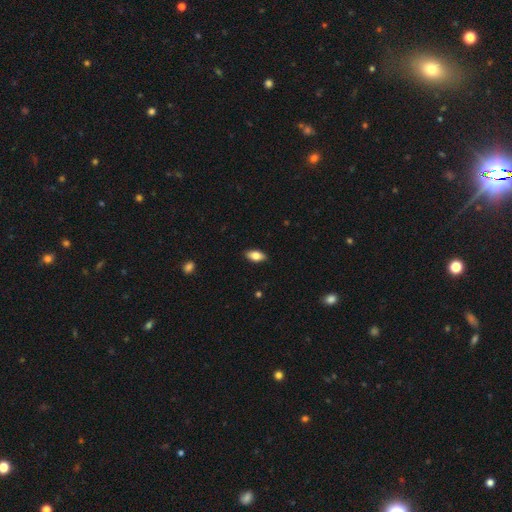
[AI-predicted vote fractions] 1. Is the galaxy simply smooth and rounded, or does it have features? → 79% smooth, 14% featured or disk, 7% star or artifact.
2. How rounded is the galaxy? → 90% in between, 7% cigar-shaped, 4% round.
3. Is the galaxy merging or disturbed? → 88% none, 9% minor disturbance, 2% major disturbance, 1% merger.